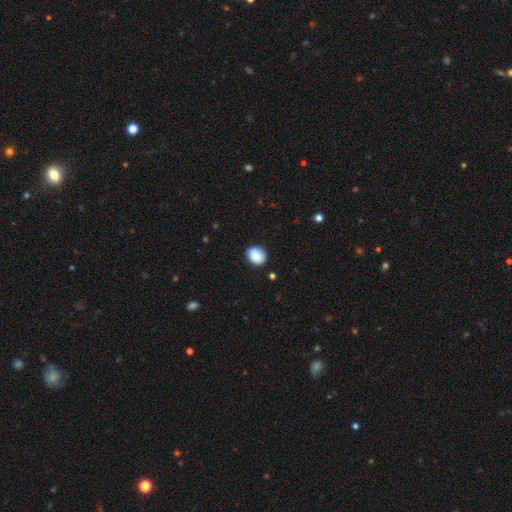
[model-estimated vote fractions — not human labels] Overall: smooth (86%). How rounded: round (57%; in between 42%). Merging: none (77%).